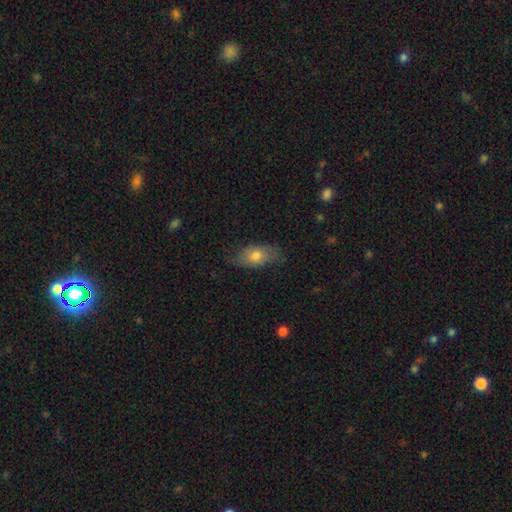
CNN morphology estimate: The model was most divided on "smooth or featured": smooth: 63%, featured or disk: 29%, star or artifact: 8%. More confident: how rounded — in between (86%); merging — none (69%).